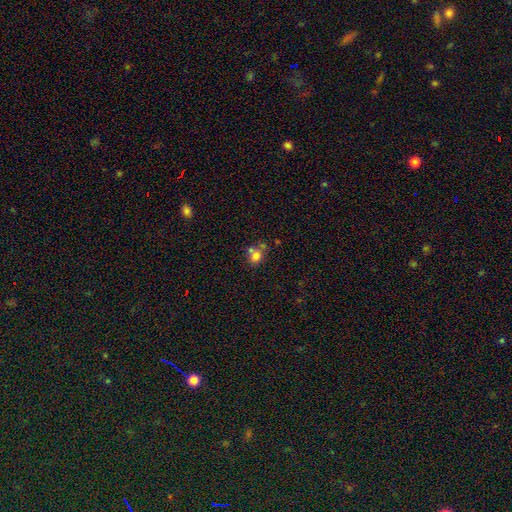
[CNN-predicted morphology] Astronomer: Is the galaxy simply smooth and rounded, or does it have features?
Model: smooth — 73%.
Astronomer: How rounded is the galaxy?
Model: round — 61% (runner-up: in between, 38%).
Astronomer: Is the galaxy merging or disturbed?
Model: none — 41%, tied with merger at 41%.